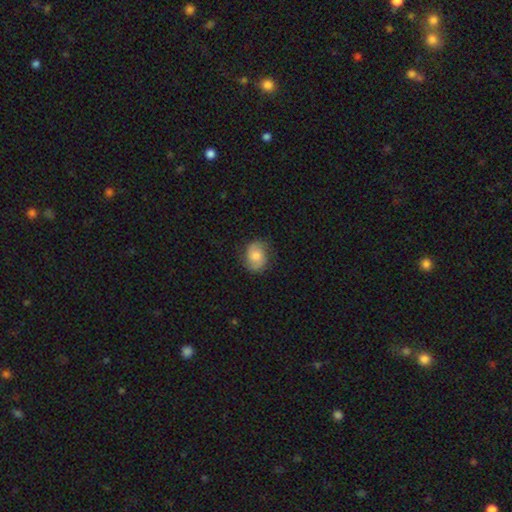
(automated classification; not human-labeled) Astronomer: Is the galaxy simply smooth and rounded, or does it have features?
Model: smooth — 63%.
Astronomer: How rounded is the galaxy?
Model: in between — 55% (runner-up: round, 44%).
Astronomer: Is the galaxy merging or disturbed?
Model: none — 76%.